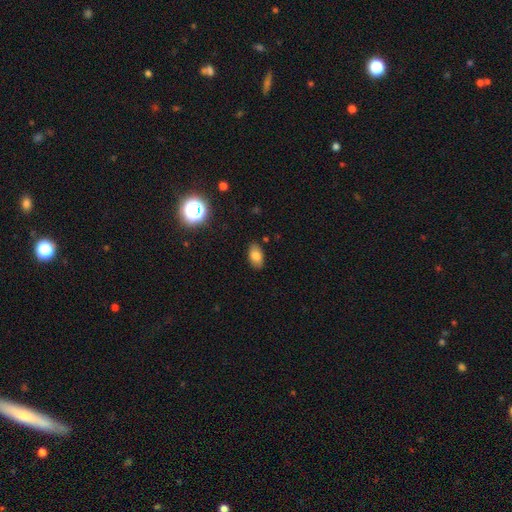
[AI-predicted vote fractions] A smooth galaxy with no disk features (80%) that is in between round and cigar-shaped (91%). Merging: none (85%).